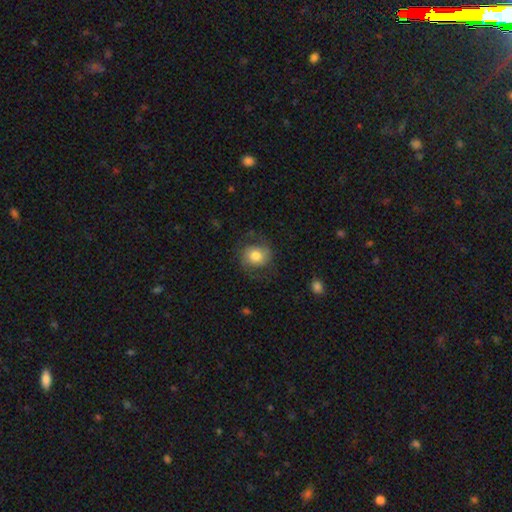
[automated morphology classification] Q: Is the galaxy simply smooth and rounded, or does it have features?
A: smooth — 62%.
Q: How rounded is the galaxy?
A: round — 72%.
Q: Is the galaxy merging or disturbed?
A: none — 68%.